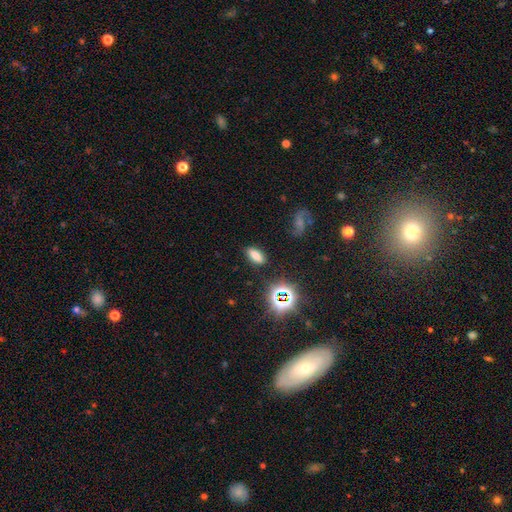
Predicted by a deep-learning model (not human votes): This appears to be a smooth galaxy with no disk features (72%) that is in between round and cigar-shaped (79%). Merging: none (85%).